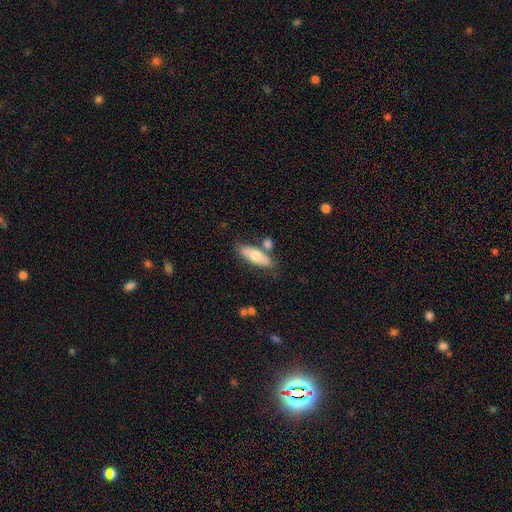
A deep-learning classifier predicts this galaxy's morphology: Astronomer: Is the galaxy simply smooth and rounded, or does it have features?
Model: smooth — 69%.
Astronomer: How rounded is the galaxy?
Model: in between — 69%.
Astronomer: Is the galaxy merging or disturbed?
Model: none — 67%.